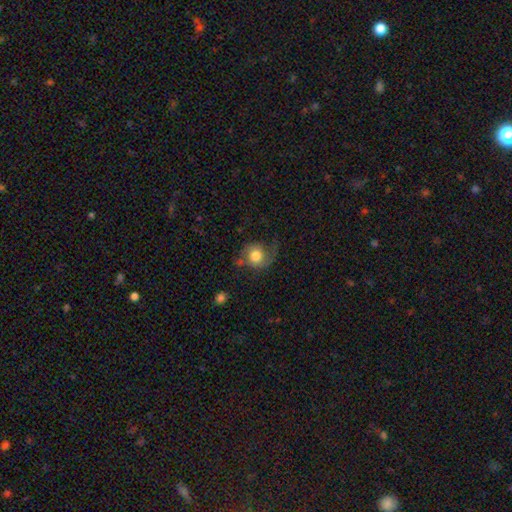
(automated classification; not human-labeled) A smooth galaxy with no disk features (49%).

Vote fractions:
- Smooth or featured? smooth: 49% / featured or disk: 42% / star or artifact: 8%
- Merging? none: 51% / minor disturbance: 25% / major disturbance: 21% / merger: 3%